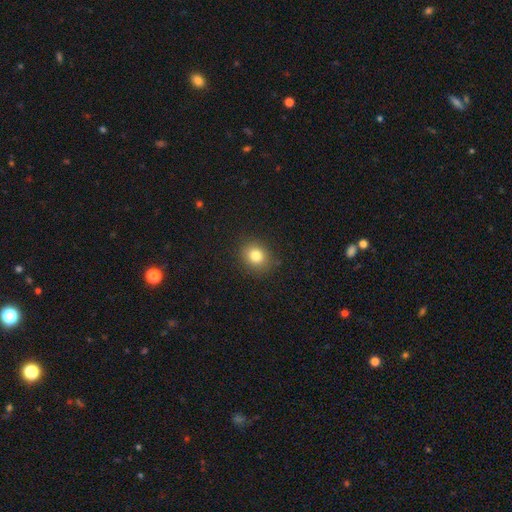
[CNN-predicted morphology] The model was most divided on "how rounded": round: 72%, in between: 27%, cigar-shaped: 1%. More confident: merging — none (88%); smooth or featured — smooth (82%).